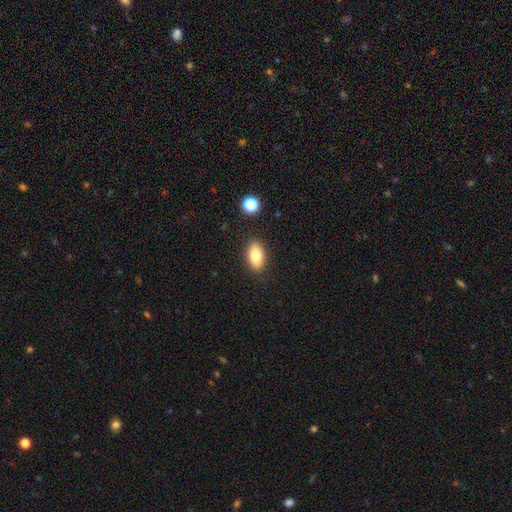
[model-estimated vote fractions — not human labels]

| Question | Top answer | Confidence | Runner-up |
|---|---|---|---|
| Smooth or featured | smooth | 79% | featured or disk (13%) |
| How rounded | in between | 90% | round (7%) |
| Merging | none | 88% | minor disturbance (8%) |